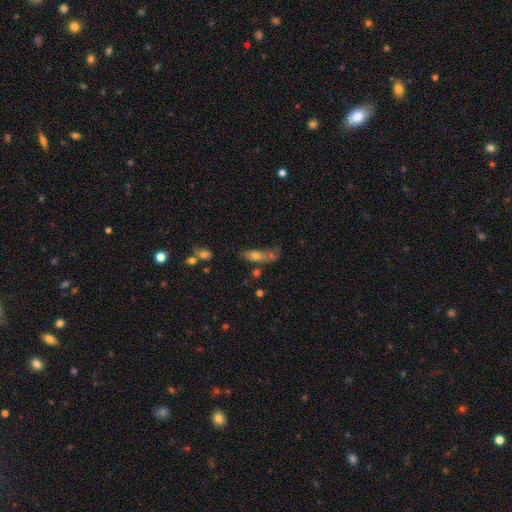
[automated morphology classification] Smooth or featured?
  - smooth: 62% *
  - featured or disk: 28%
  - star or artifact: 11%
How rounded?
  - in between: 62% *
  - cigar-shaped: 32%
  - round: 6%
Merging?
  - none: 33% *
  - merger: 28%
  - minor disturbance: 21%
  - major disturbance: 18%